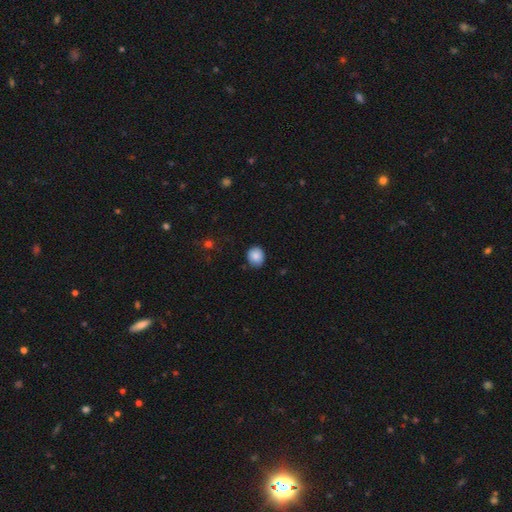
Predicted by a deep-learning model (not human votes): Overall: smooth (87%). How rounded: round (77%). Merging: none (82%).